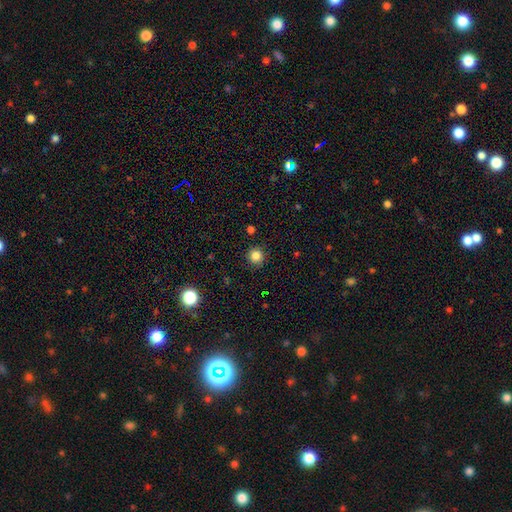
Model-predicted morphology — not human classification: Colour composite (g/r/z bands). It shows a smooth galaxy with no disk features (83%) that is round (94%). Merging: none (91%).